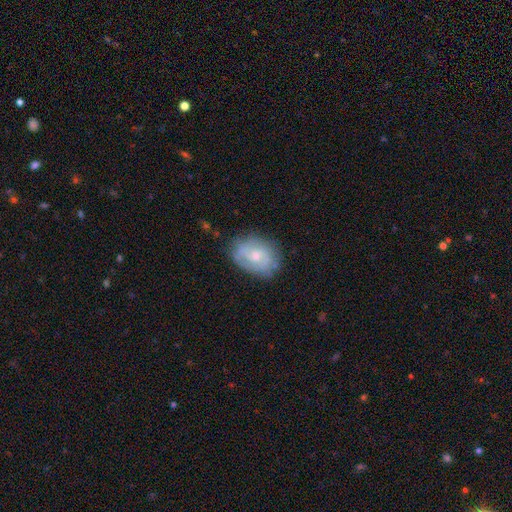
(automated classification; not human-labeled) smooth-or-featured: featured or disk: 60% | smooth: 34% | star or artifact: 7%
  disk-edge-on: no: 97% | yes: 3%
    bar: no: 67% | weak: 29% | strong: 4%
    has-spiral-arms: yes: 71% | no: 29%
    bulge-size: small: 48% | moderate: 45% | none: 3% | large: 2% | dominant: 1%
  merging: none: 66% | minor disturbance: 24% | major disturbance: 8% | merger: 2%